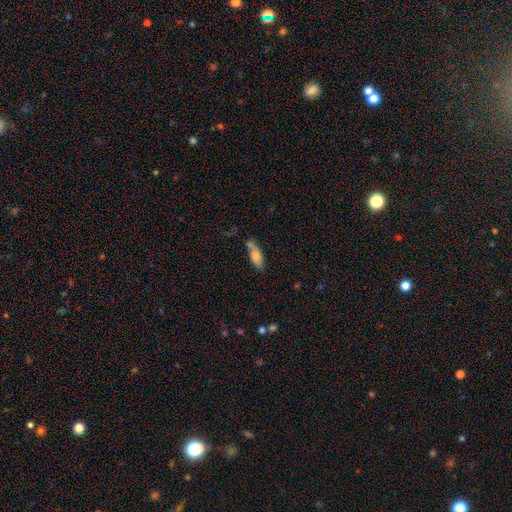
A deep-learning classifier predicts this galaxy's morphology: smooth_or_featured: smooth (p=0.75) [alt: featured or disk p=0.17]
how_rounded: in between (p=0.74) [alt: cigar-shaped p=0.23]
merging: none (p=0.47) [alt: merger p=0.23]